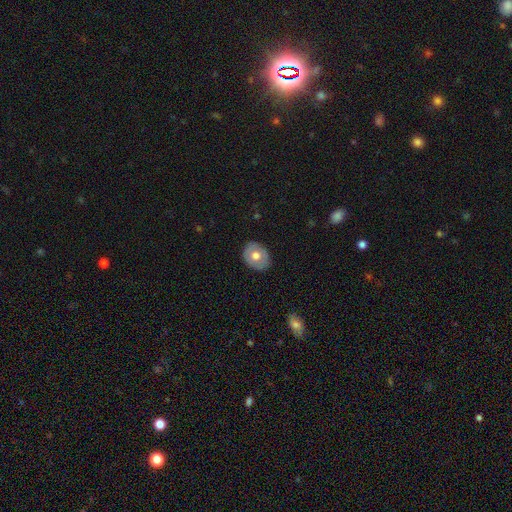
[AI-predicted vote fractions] Smooth or featured?
  - smooth: 61% *
  - featured or disk: 32%
  - star or artifact: 7%
How rounded?
  - round: 56% *
  - in between: 43%
  - cigar-shaped: 1%
Merging?
  - none: 84% *
  - minor disturbance: 12%
  - major disturbance: 3%
  - merger: 1%